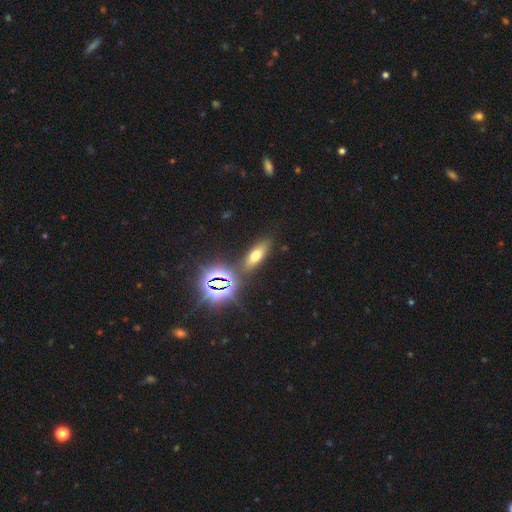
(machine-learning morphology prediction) smooth_or_featured: smooth (p=0.51) [alt: star or artifact p=0.31]
how_rounded: in between (p=0.58) [alt: cigar-shaped p=0.33]
merging: none (p=0.81) [alt: minor disturbance p=0.10]